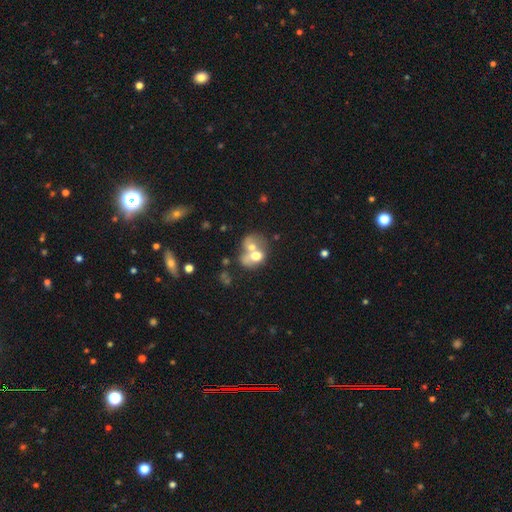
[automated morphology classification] The model was most divided on "how rounded": in between: 50%, round: 49%, cigar-shaped: 1%. More confident: merging — merger (73%); smooth or featured — smooth (59%).